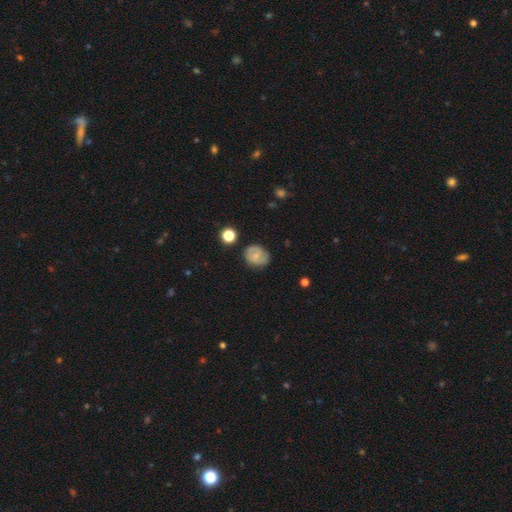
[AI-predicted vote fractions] smooth_or_featured: smooth (p=0.56) [alt: featured or disk p=0.35]
how_rounded: round (p=0.67) [alt: in between p=0.32]
merging: none (p=0.72) [alt: minor disturbance p=0.21]